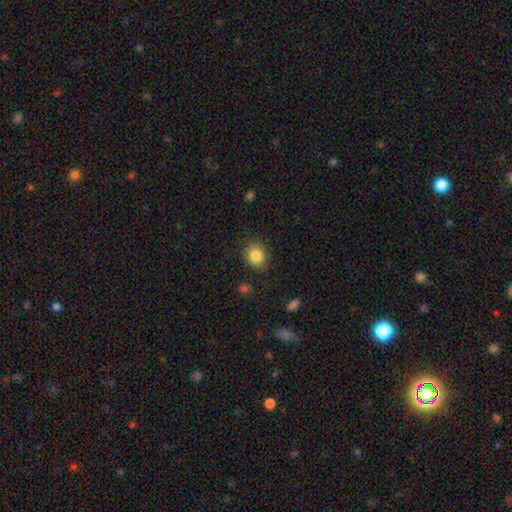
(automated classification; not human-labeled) Overall: smooth (85%). How rounded: round (61%; in between 38%). Merging: none (83%).